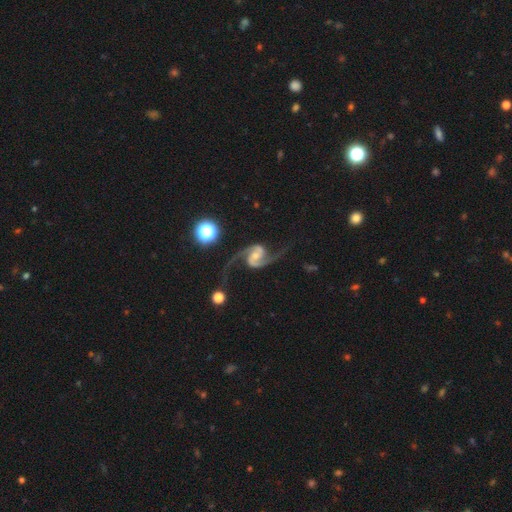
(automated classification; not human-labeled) Smooth or featured?
  - featured or disk: 92% *
  - star or artifact: 5%
  - smooth: 3%
Edge-on disk?
  - no: 98% *
  - yes: 2%
Bar?
  - no: 42% *
  - weak: 41%
  - strong: 17%
Spiral arms?
  - yes: 98% *
  - no: 2%
Spiral winding?
  - loose: 54% *
  - medium: 39%
  - tight: 8%
Spiral arm count?
  - 2: 95% *
  - 1: 1%
  - can't tell: 1%
  - 3: 1%
  - 4: 1%
  - more than 4: 1%
Bulge size?
  - small: 51% *
  - moderate: 37%
  - none: 6%
  - large: 4%
  - dominant: 2%
Merging?
  - none: 70% *
  - minor disturbance: 15%
  - major disturbance: 12%
  - merger: 4%